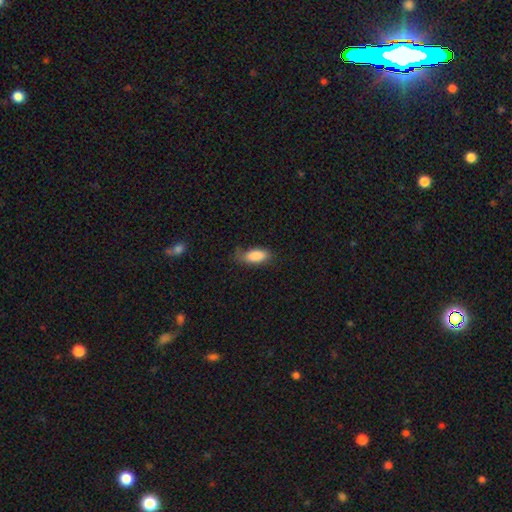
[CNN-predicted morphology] Smooth or featured? smooth (84%)
How rounded? in between (86%)
Merging? none (55%)